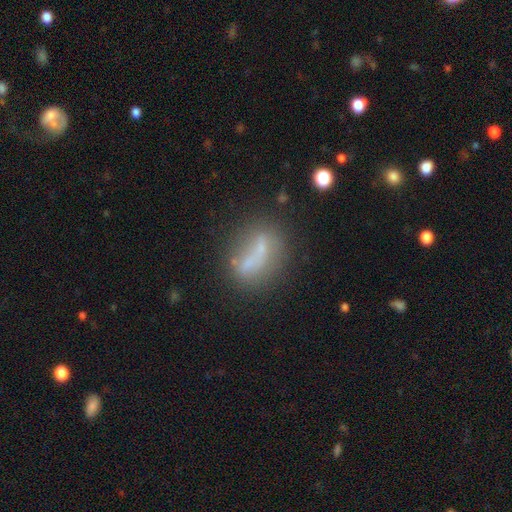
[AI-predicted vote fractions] This is possibly a smooth galaxy (47%). Merging: possibly none (51%).